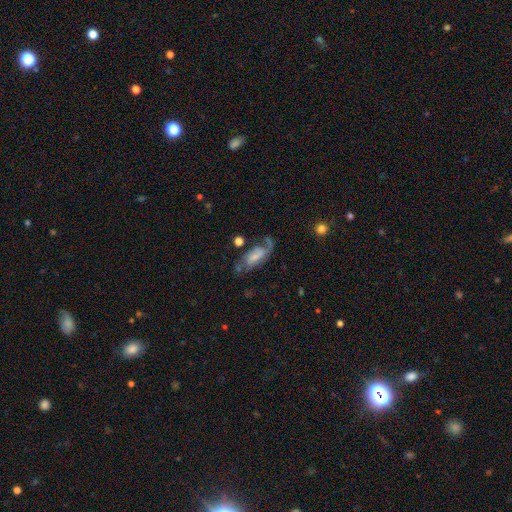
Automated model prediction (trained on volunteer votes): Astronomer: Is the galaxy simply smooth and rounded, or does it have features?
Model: featured or disk — 58% (runner-up: smooth, 34%).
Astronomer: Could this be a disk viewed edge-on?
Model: no — 92%.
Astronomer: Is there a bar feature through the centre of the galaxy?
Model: no — 50% (runner-up: weak, 37%).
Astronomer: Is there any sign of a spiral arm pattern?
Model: yes — 86%.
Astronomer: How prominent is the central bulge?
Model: small — 47% (runner-up: moderate, 24%).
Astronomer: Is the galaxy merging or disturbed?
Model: none — 42% (runner-up: major disturbance, 26%).